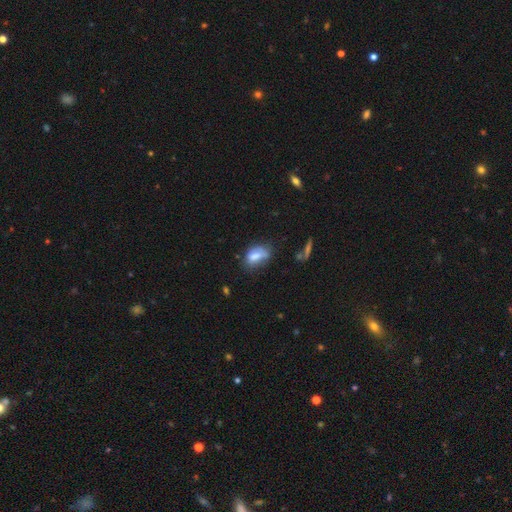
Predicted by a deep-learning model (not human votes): A smooth galaxy with no disk features (69%) that is in between round and cigar-shaped (84%).

Vote fractions:
- Smooth or featured? smooth: 69% / featured or disk: 21% / star or artifact: 10%
- How rounded? in between: 84% / round: 13% / cigar-shaped: 3%
- Merging? none: 43% / minor disturbance: 33% / major disturbance: 15% / merger: 9%